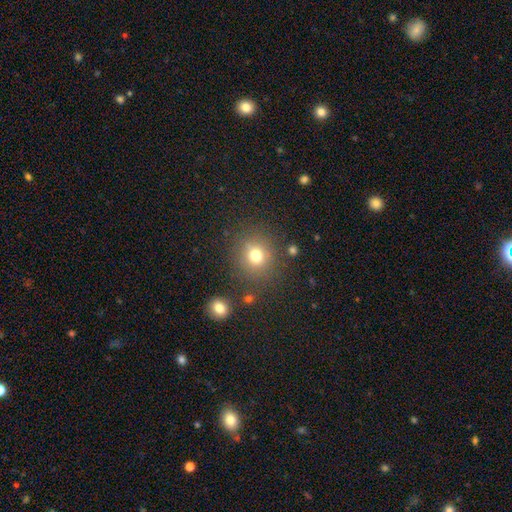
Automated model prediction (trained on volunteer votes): smooth 75%, star or artifact 16%, featured or disk 9%. Down the decision tree: how rounded — round (88%); merging — none (83%).